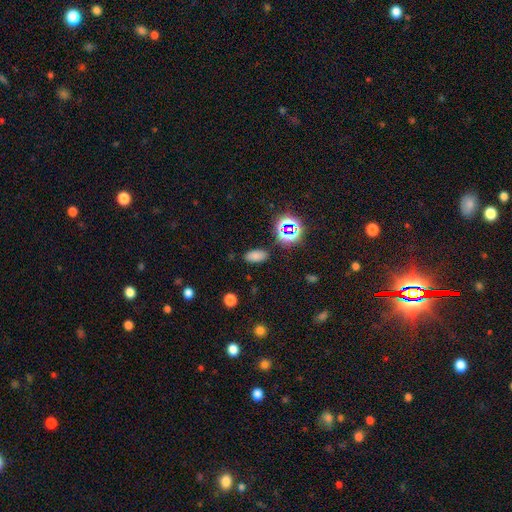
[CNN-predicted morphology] This appears to be a smooth galaxy with no disk features (73%) that is in between round and cigar-shaped (89%). Merging: none (85%).